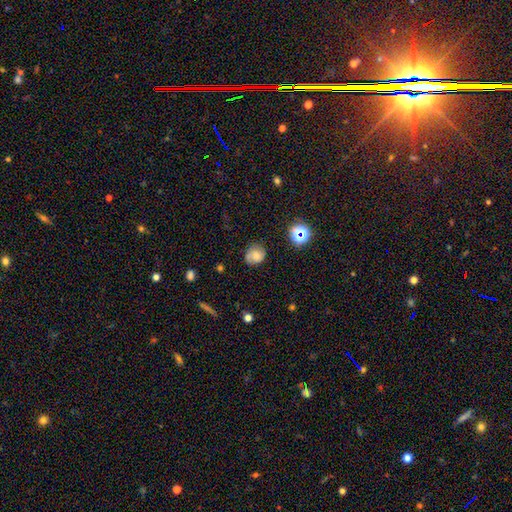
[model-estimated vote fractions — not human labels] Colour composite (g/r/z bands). It shows a smooth galaxy with no disk features (69%) that is round (71%). Merging: none (67%).